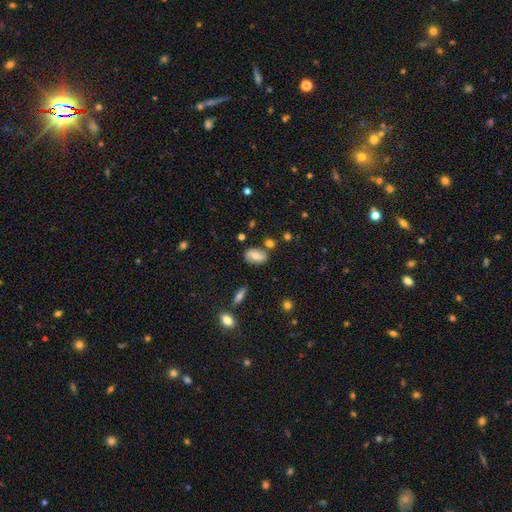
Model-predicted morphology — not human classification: This is likely a smooth galaxy (62%). How rounded: clearly in between (86%). Merging: likely none (74%).